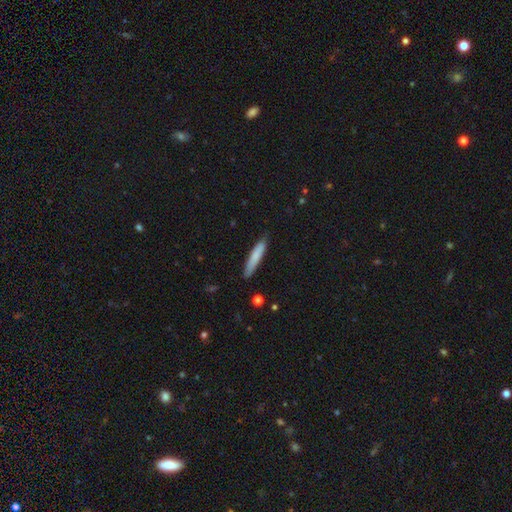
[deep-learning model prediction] Morphology: type=smooth (78%); roundness=cigar-shaped (91%); merging=none (84%).